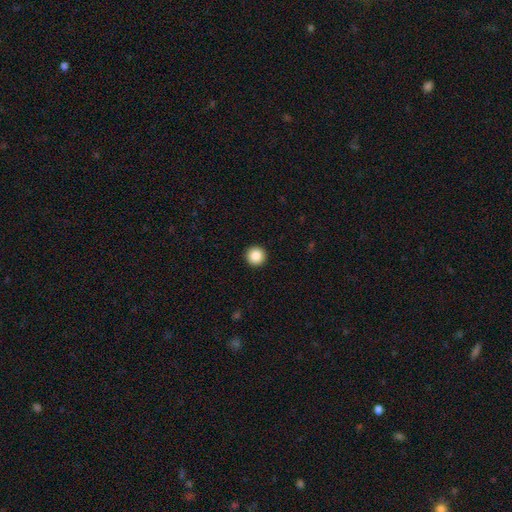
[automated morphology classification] Smooth or featured? smooth (87%)
How rounded? round (96%)
Merging? none (94%)